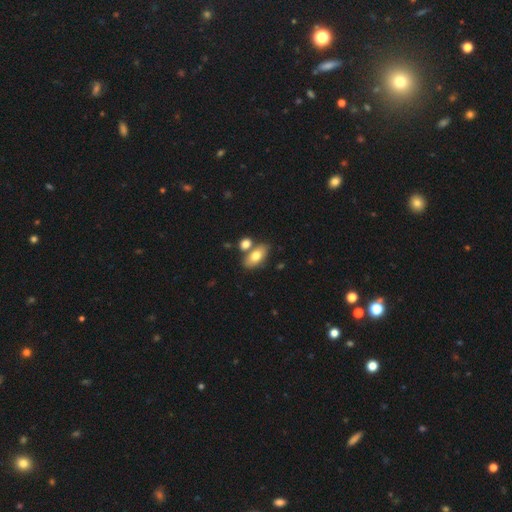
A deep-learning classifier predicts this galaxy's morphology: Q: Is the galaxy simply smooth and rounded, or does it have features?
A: smooth — 76%.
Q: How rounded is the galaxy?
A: in between — 89%.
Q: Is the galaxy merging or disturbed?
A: none — 60%.